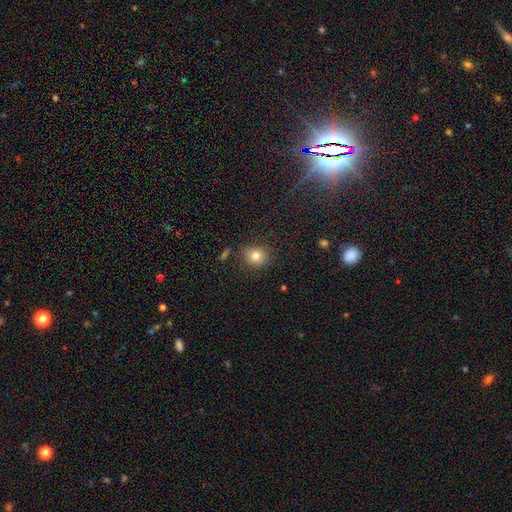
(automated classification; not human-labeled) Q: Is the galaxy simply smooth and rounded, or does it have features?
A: smooth — 78%.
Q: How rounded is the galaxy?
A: round — 73%.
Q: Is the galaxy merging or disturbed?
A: none — 82%.